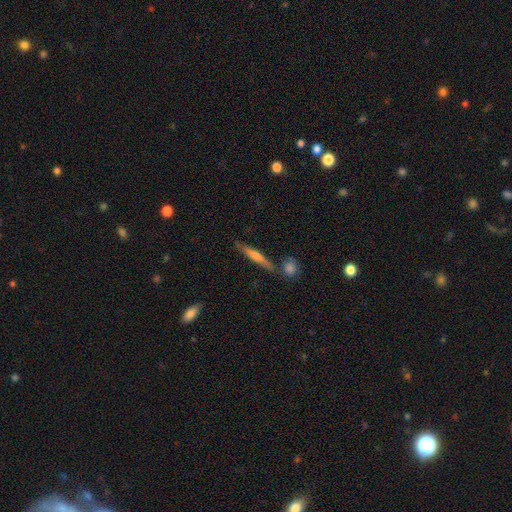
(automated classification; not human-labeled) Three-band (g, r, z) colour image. It shows a featured or disk galaxy (59%) viewed edge-on (96%) with a rounded central bulge (73%). Merging: none (83%).